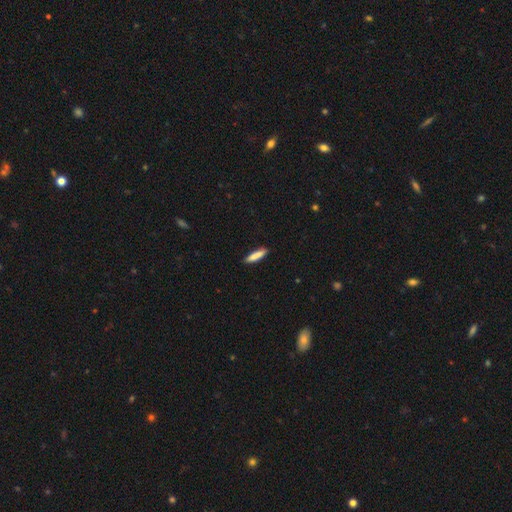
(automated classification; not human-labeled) smooth 85%, featured or disk 10%, star or artifact 6%. Down the decision tree: how rounded — cigar-shaped (82%); merging — none (89%).